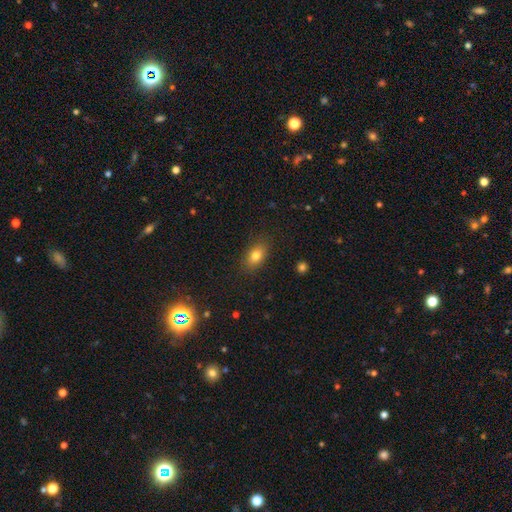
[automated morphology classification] smooth-or-featured: smooth: 79% | featured or disk: 11% | star or artifact: 10%
  how-rounded: in between: 84% | round: 13% | cigar-shaped: 4%
  merging: none: 85% | minor disturbance: 11% | major disturbance: 3% | merger: 1%